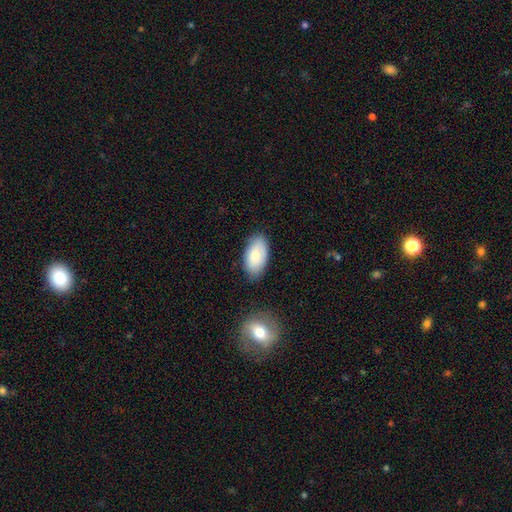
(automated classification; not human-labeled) The model was most divided on "merging": none: 79%, minor disturbance: 16%, major disturbance: 3%, merger: 2%. More confident: how rounded — in between (95%); smooth or featured — smooth (79%).